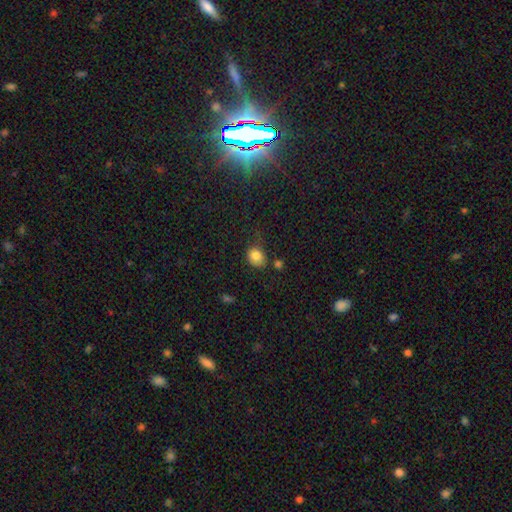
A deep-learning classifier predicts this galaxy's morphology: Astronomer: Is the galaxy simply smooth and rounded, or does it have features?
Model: smooth — 82%.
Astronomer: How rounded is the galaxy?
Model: in between — 50% (runner-up: round, 49%).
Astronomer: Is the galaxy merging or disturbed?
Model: none — 60%.